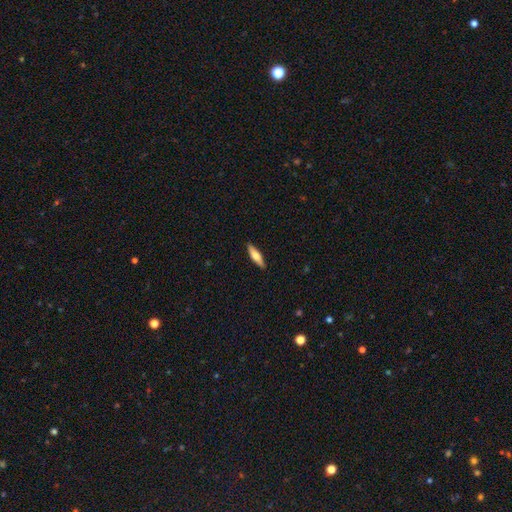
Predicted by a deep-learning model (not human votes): A smooth galaxy with no disk features (57%) that is cigar-shaped (70%).

Vote fractions:
- Smooth or featured? smooth: 57% / featured or disk: 38% / star or artifact: 6%
- How rounded? cigar-shaped: 70% / in between: 28% / round: 2%
- Merging? none: 90% / minor disturbance: 7% / major disturbance: 2% / merger: 1%